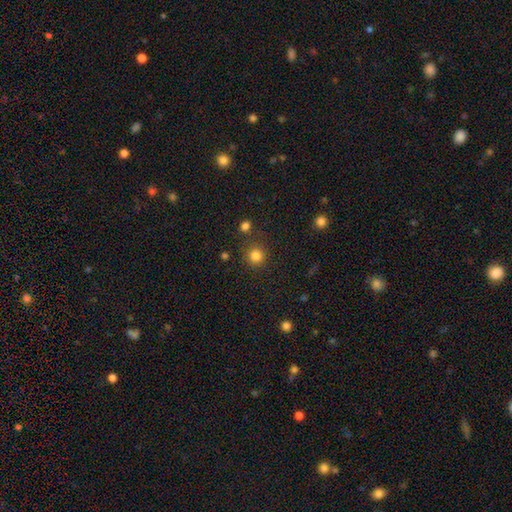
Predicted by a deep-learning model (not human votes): The model was most divided on "smooth or featured": smooth: 83%, star or artifact: 13%, featured or disk: 4%. More confident: how rounded — round (93%); merging — none (83%).